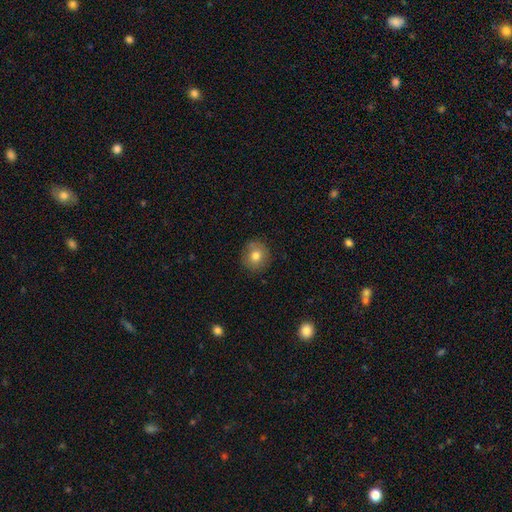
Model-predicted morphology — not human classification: Smooth or featured? smooth (78%)
How rounded? round (91%)
Merging? none (86%)